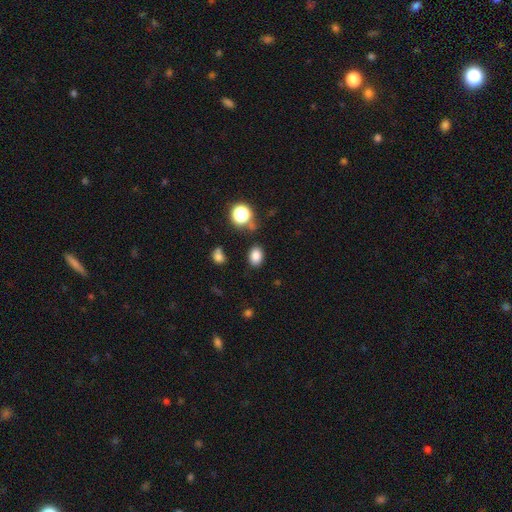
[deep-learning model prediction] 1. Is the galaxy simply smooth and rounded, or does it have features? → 82% smooth, 13% star or artifact, 5% featured or disk.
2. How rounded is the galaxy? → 74% in between, 25% round, 1% cigar-shaped.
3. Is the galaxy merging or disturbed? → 81% none, 12% minor disturbance, 4% major disturbance, 4% merger.